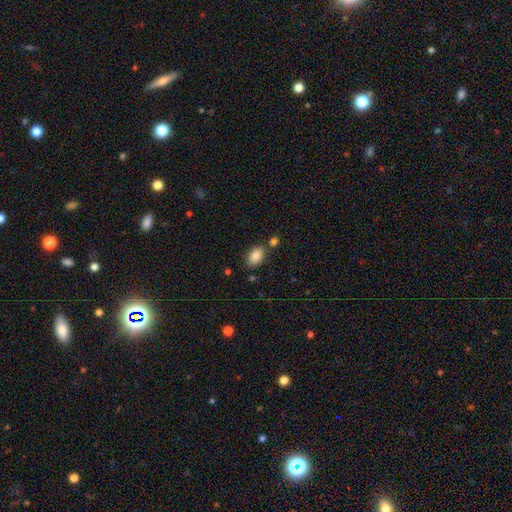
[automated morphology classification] Smooth or featured?
  - smooth: 84% *
  - featured or disk: 8%
  - star or artifact: 8%
How rounded?
  - in between: 88% *
  - round: 11%
  - cigar-shaped: 1%
Merging?
  - none: 76% *
  - minor disturbance: 12%
  - merger: 9%
  - major disturbance: 3%